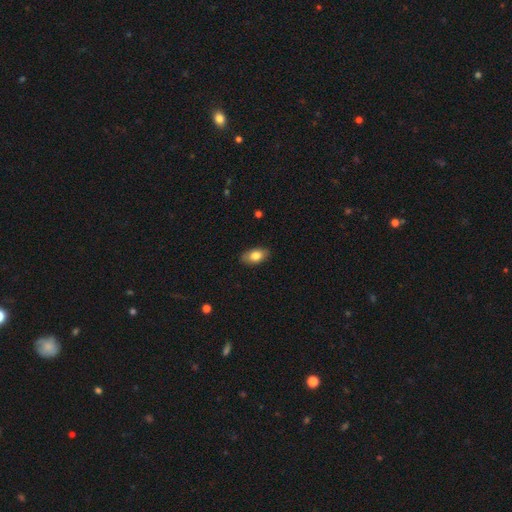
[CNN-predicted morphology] This is clearly a smooth galaxy (80%). How rounded: clearly in between (91%). Merging: clearly none (86%).